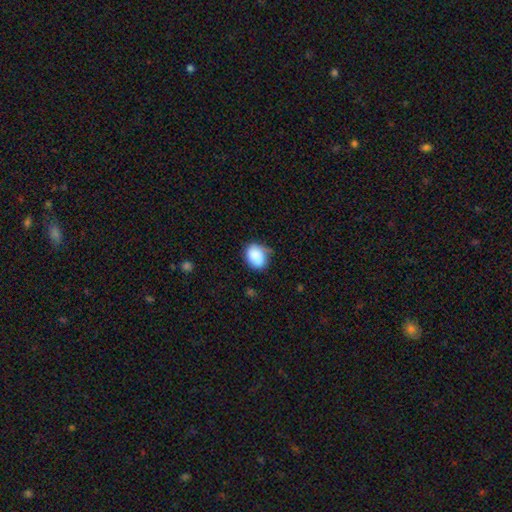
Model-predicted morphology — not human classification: smooth-or-featured: smooth: 86% | star or artifact: 8% | featured or disk: 6%
  how-rounded: in between: 59% | round: 40% | cigar-shaped: 1%
  merging: none: 58% | minor disturbance: 31% | major disturbance: 8% | merger: 3%